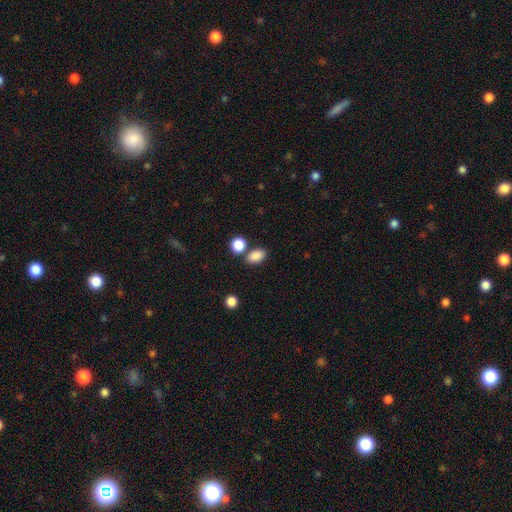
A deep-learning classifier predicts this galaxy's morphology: type=smooth (87%); roundness=in between (83%); merging=none (69%).